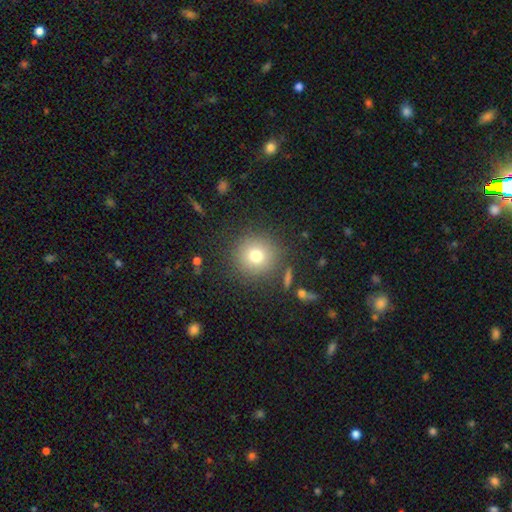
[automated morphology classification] A smooth galaxy with no disk features (75%) that is round (94%). Merging: none (87%).